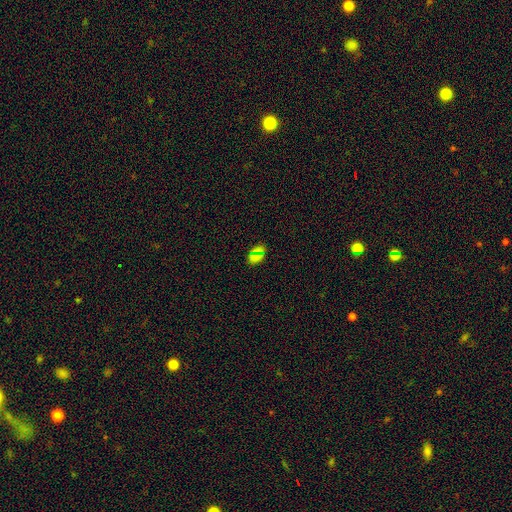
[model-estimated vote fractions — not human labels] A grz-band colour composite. It shows a smooth galaxy with no disk features (66%) that is in between round and cigar-shaped (79%). Merging: none (84%).